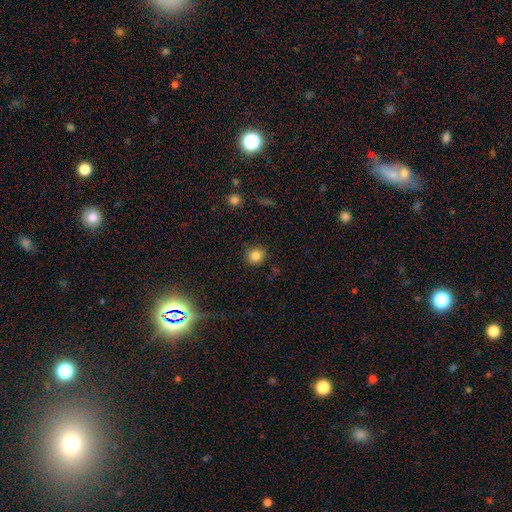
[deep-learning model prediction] Q: Smooth or featured?
A: smooth (83%); runner-up: star or artifact (12%)
Q: How rounded?
A: round (87%); runner-up: in between (12%)
Q: Merging?
A: none (85%); runner-up: minor disturbance (11%)